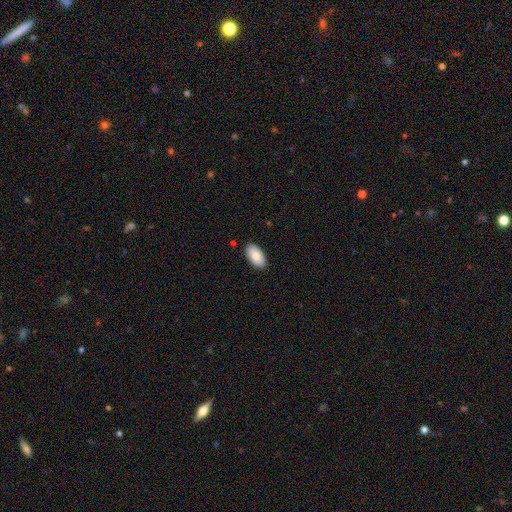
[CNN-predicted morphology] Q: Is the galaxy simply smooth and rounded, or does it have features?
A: smooth — 88%.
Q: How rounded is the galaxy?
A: in between — 96%.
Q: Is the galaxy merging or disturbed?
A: none — 88%.